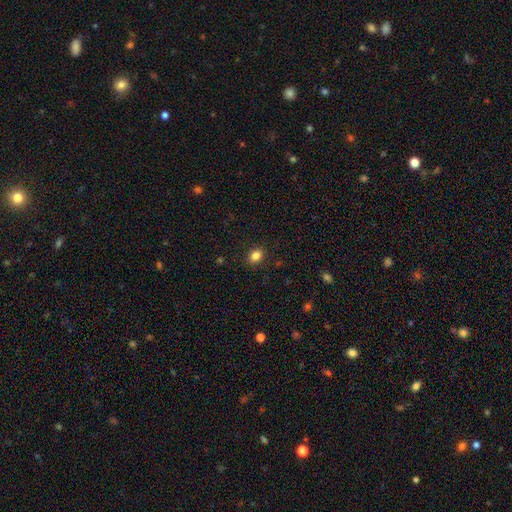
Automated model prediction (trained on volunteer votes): This is clearly a smooth galaxy (85%). How rounded: likely in between (60%). Merging: clearly none (88%).